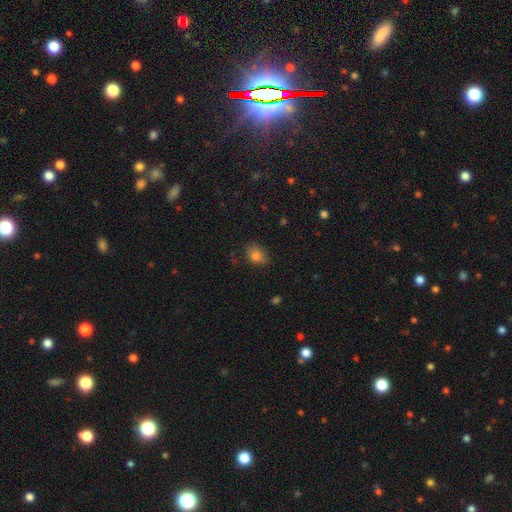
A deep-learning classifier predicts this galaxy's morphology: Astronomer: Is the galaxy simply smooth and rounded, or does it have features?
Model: smooth — 81%.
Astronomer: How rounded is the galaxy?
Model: in between — 69%.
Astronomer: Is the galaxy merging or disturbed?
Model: none — 71%.